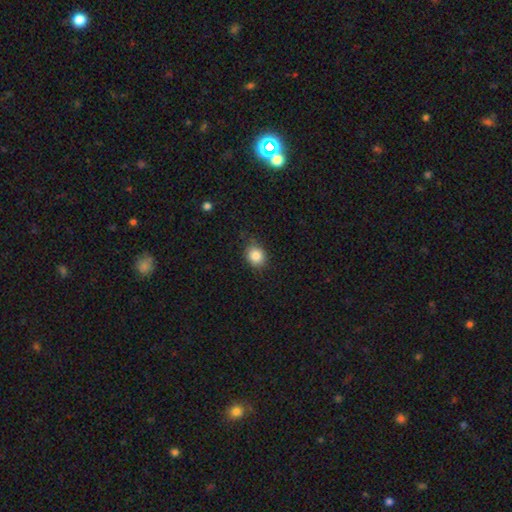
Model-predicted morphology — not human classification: Smooth or featured? smooth (85%)
How rounded? round (69%)
Merging? none (79%)